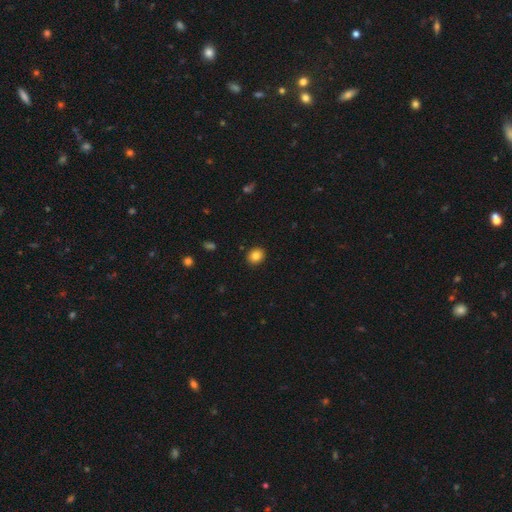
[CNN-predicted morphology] Smooth or featured: smooth — 84% (star or artifact — 10%)
How rounded: round — 67% (in between — 32%)
Merging: none — 90% (minor disturbance — 7%)